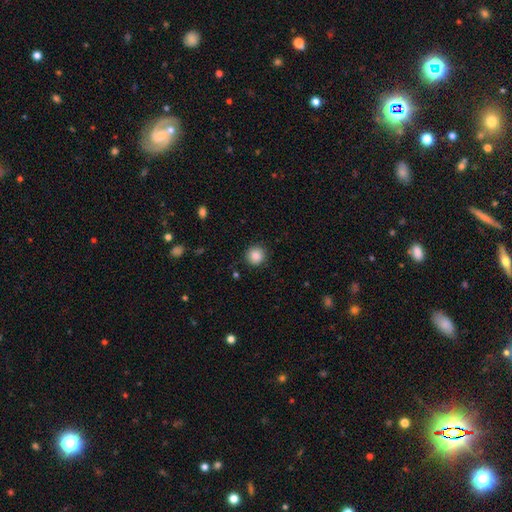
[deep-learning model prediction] A smooth galaxy with no disk features (87%) that is round (93%).

Vote fractions:
- Smooth or featured? smooth: 87% / star or artifact: 9% / featured or disk: 4%
- How rounded? round: 93% / in between: 6% / cigar-shaped: 1%
- Merging? none: 89% / minor disturbance: 7% / major disturbance: 2% / merger: 1%